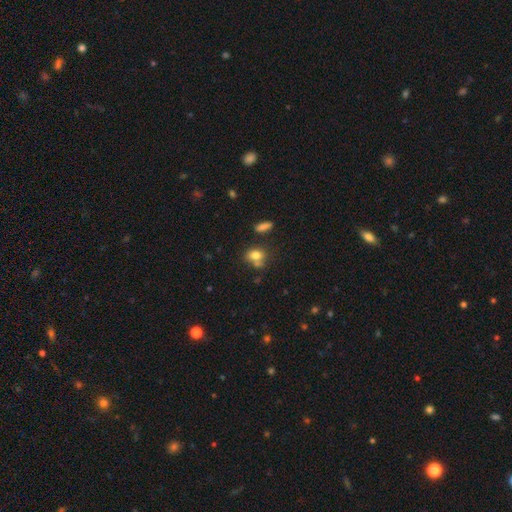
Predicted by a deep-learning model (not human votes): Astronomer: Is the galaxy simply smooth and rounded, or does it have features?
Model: smooth — 77%.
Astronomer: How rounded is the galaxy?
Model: in between — 50% (runner-up: round, 48%).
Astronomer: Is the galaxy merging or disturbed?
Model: none — 50% (runner-up: merger, 26%).